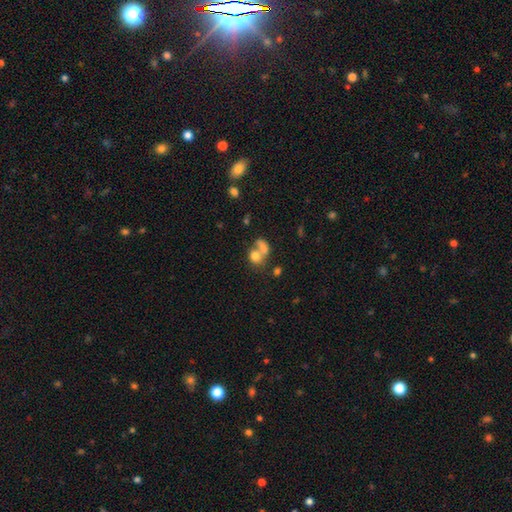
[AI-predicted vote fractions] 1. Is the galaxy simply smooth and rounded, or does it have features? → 75% smooth, 14% featured or disk, 11% star or artifact.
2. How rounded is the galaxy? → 50% round, 48% in between, 2% cigar-shaped.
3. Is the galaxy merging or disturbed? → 56% merger, 27% none, 8% minor disturbance, 8% major disturbance.